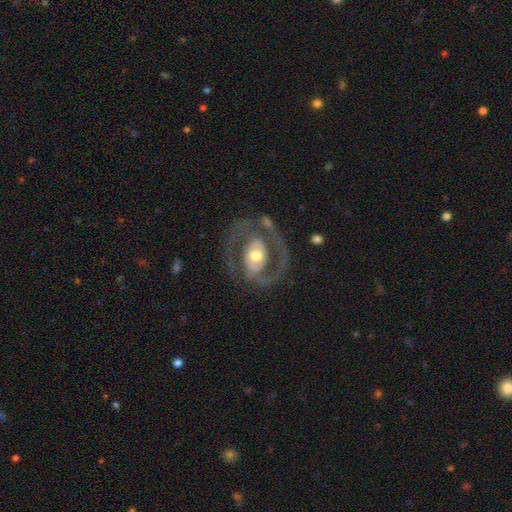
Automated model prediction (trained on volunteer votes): featured or disk 81%, smooth 14%, star or artifact 4%. Down the decision tree: edge-on disk — no (97%); bar — no (54%); spiral arms — yes (75%); spiral arm count — 2 (76%); spiral winding — medium (47%); bulge size — moderate (67%); merging — none (65%).